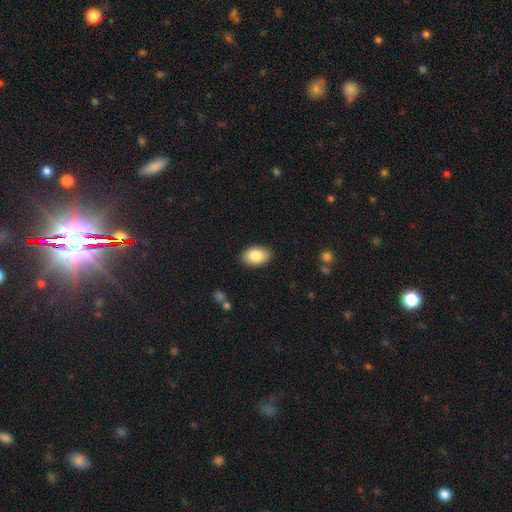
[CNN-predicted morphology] Smooth or featured? Predicted: smooth (p=0.84). How rounded? Predicted: in between (p=0.89). Merging? Predicted: none (p=0.88).